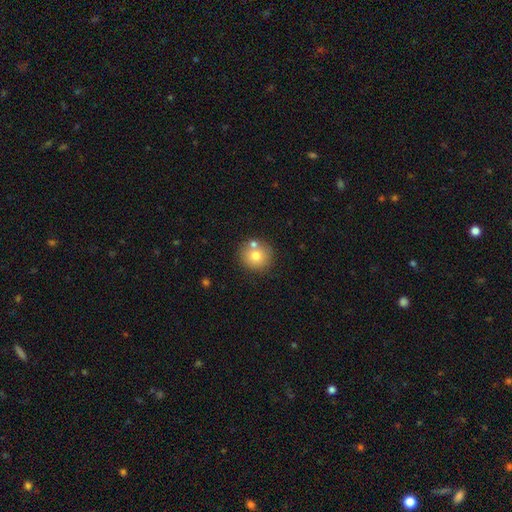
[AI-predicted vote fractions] A smooth galaxy with no disk features (75%) that is round (92%).

Vote fractions:
- Smooth or featured? smooth: 75% / featured or disk: 14% / star or artifact: 11%
- How rounded? round: 92% / in between: 8% / cigar-shaped: 1%
- Merging? none: 69% / merger: 19% / minor disturbance: 9% / major disturbance: 3%